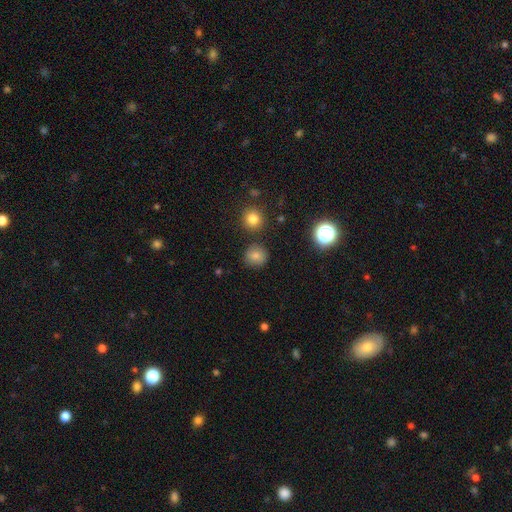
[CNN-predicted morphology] Overall: smooth (78%). How rounded: round (89%). Merging: none (84%).